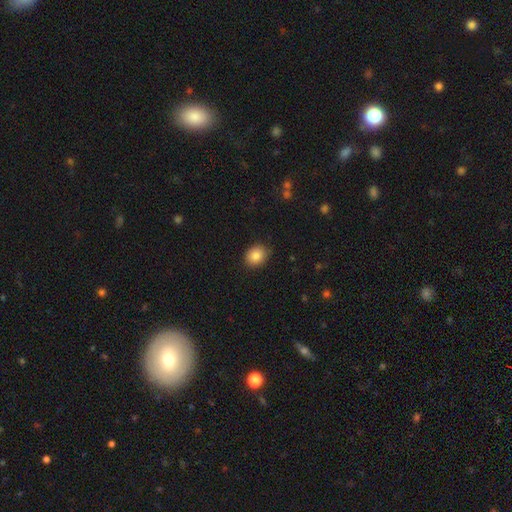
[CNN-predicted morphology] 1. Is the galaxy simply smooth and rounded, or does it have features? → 86% smooth, 9% star or artifact, 5% featured or disk.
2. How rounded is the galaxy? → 57% round, 42% in between, 1% cigar-shaped.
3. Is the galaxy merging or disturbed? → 87% none, 10% minor disturbance, 2% major disturbance, 1% merger.